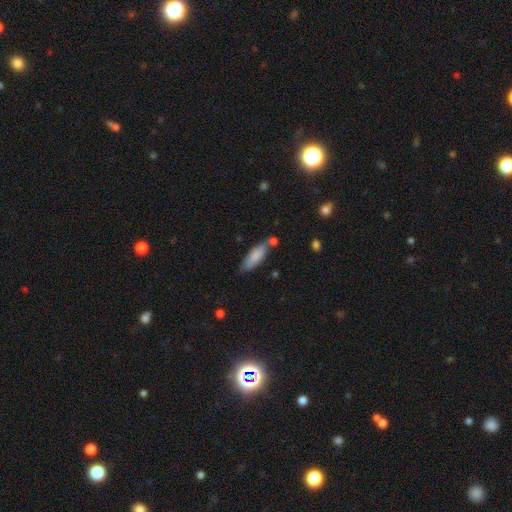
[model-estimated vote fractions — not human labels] This is clearly a smooth galaxy (80%). How rounded: possibly in between (52%). Merging: likely none (61%).